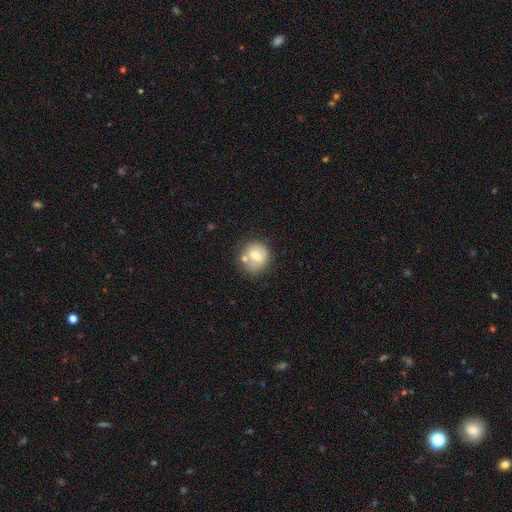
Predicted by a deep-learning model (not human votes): A smooth galaxy with no disk features (63%) that is round (83%). Merging: none (56%).